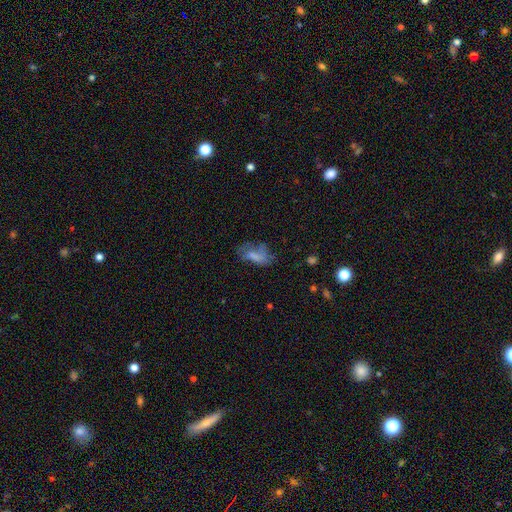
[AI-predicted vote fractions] smooth-or-featured: smooth: 60% | featured or disk: 28% | star or artifact: 12%
  how-rounded: in between: 86% | cigar-shaped: 7% | round: 6%
  merging: none: 35% | major disturbance: 33% | minor disturbance: 27% | merger: 5%